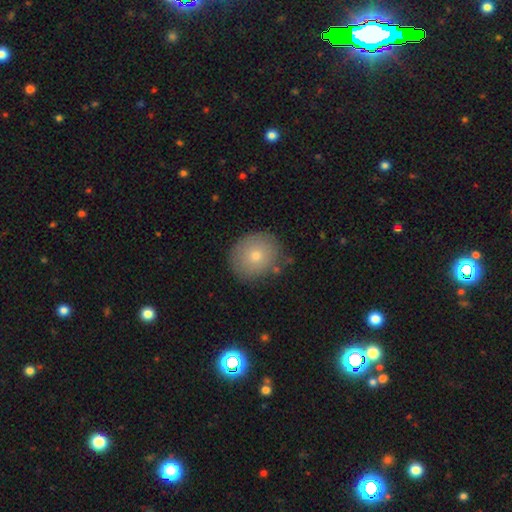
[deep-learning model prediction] Smooth or featured?
  - smooth: 72% *
  - featured or disk: 17%
  - star or artifact: 11%
How rounded?
  - round: 81% *
  - in between: 18%
  - cigar-shaped: 1%
Merging?
  - none: 83% *
  - minor disturbance: 12%
  - major disturbance: 3%
  - merger: 2%